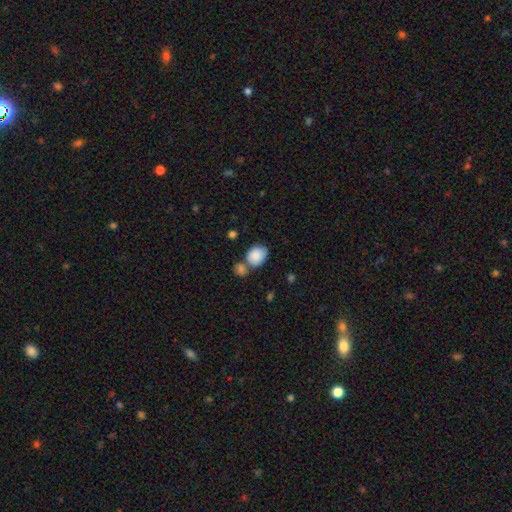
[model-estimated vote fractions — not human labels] Morphology: type=smooth (86%); roundness=in between (51%); merging=none (50%).